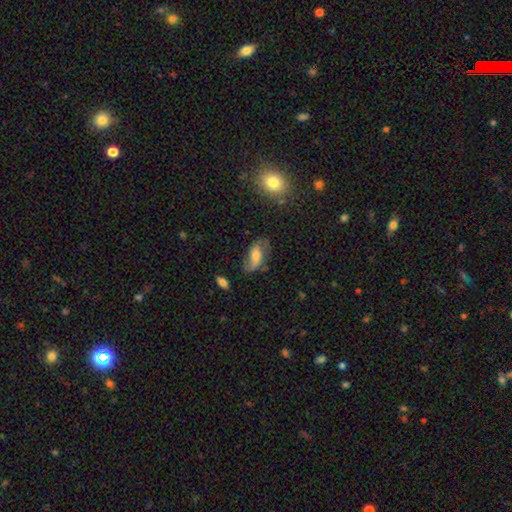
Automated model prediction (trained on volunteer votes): A featured or disk galaxy (53%). Merging: none (63%).